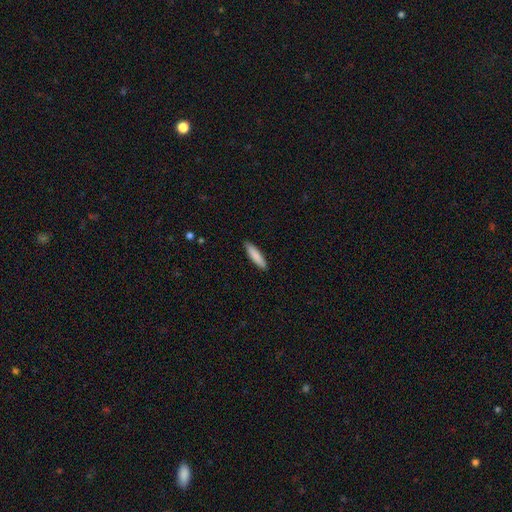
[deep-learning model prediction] A smooth galaxy with no disk features (86%) that is cigar-shaped (76%). Merging: none (89%).